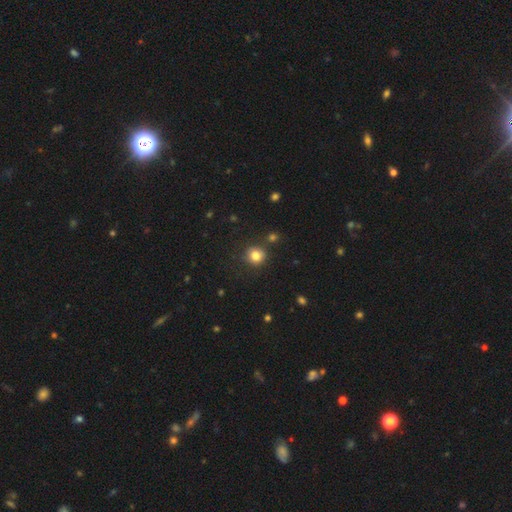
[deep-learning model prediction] Smooth or featured: smooth — 82% (star or artifact — 12%)
How rounded: round — 91% (in between — 8%)
Merging: none — 84% (minor disturbance — 8%)